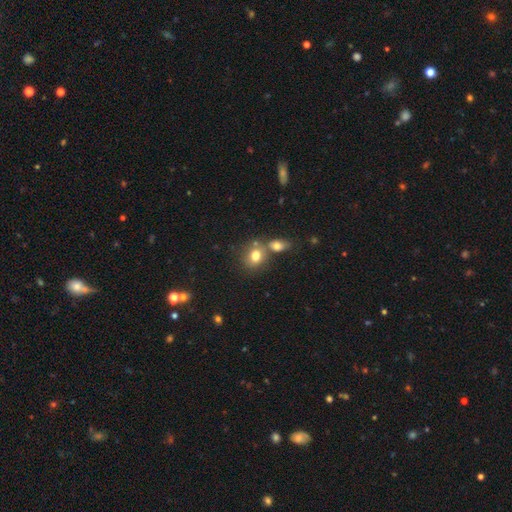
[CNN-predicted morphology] Q: Smooth or featured?
A: smooth (77%); runner-up: featured or disk (12%)
Q: How rounded?
A: in between (50%); runner-up: round (49%)
Q: Merging?
A: none (46%); runner-up: merger (39%)